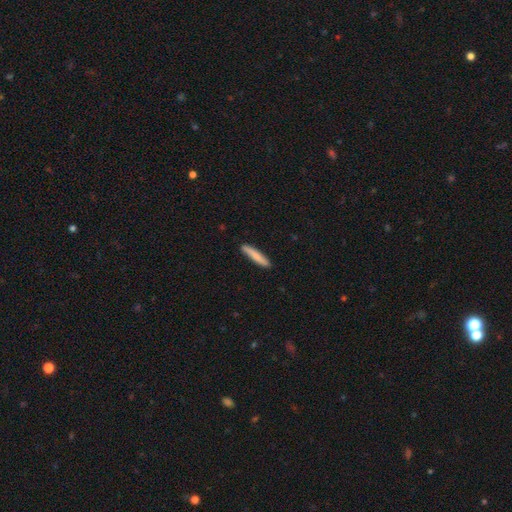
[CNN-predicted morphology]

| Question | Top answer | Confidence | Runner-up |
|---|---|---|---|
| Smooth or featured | smooth | 78% | featured or disk (16%) |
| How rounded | cigar-shaped | 92% | in between (6%) |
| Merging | none | 89% | minor disturbance (8%) |